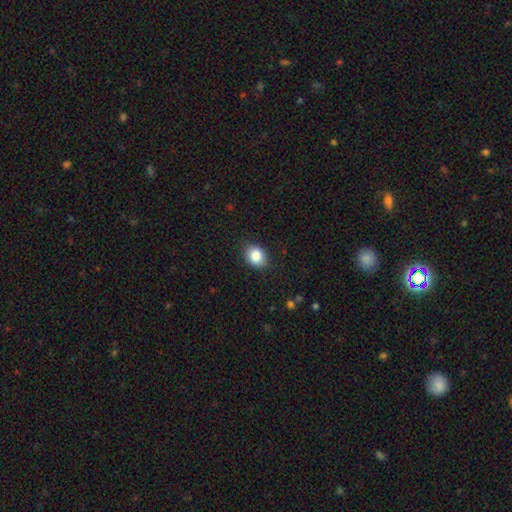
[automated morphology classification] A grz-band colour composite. It shows a smooth galaxy with no disk features (87%) that is in between round and cigar-shaped (51%). Merging: none (86%).